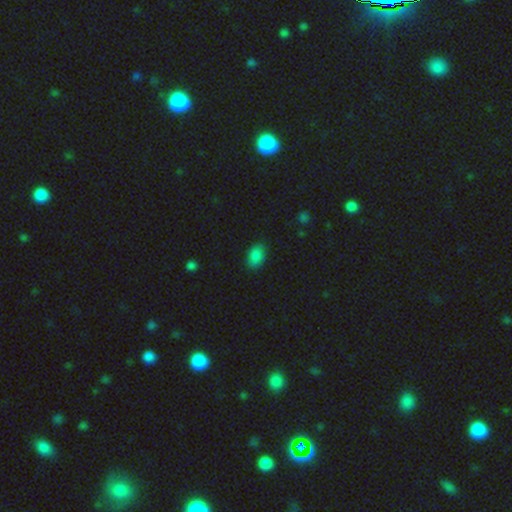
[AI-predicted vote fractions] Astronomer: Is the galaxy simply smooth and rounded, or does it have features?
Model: smooth — 85%.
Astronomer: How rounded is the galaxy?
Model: in between — 86%.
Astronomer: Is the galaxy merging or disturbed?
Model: none — 84%.